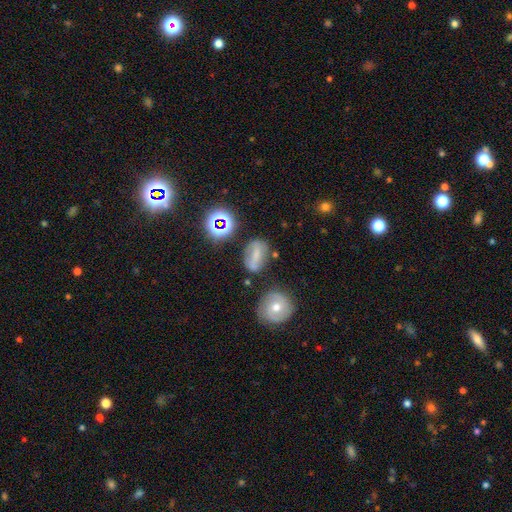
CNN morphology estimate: This appears to be a smooth galaxy with no disk features (47%). Merging: none (63%).